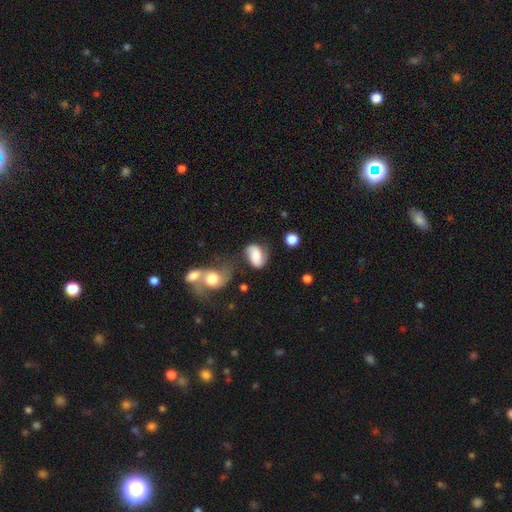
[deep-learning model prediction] A smooth galaxy with no disk features (53%) that is in between round and cigar-shaped (83%). Merging: none (50%).